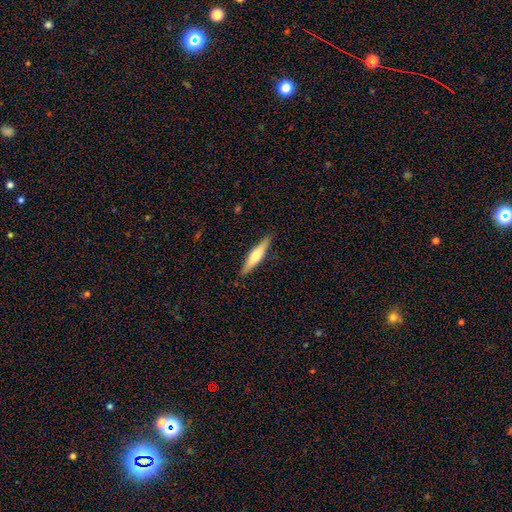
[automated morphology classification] smooth_or_featured: smooth (p=0.51) [alt: featured or disk p=0.44]
how_rounded: cigar-shaped (p=0.83) [alt: in between p=0.16]
merging: none (p=0.89) [alt: minor disturbance p=0.08]